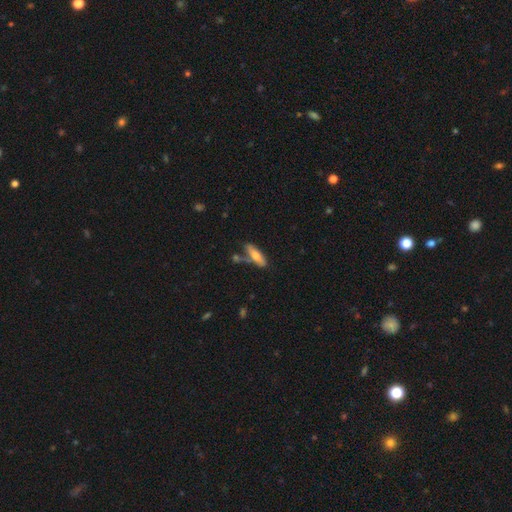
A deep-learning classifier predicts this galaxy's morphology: This is likely a smooth galaxy (62%). How rounded: possibly cigar-shaped (58%). Merging: likely none (60%).